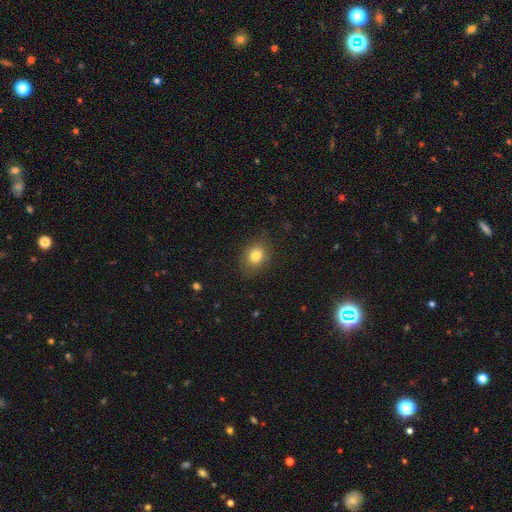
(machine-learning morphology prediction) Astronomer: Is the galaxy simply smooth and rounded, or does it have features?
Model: smooth — 81%.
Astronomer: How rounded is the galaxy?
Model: round — 55% (runner-up: in between, 44%).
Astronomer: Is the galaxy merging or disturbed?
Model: none — 83%.